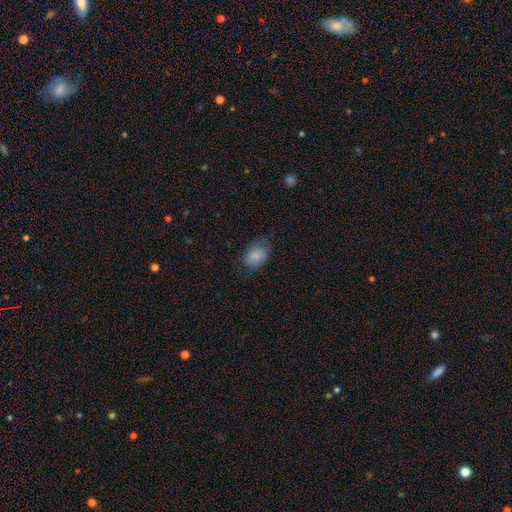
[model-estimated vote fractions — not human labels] Morphology: type=smooth (79%); roundness=in between (83%); merging=none (60%).